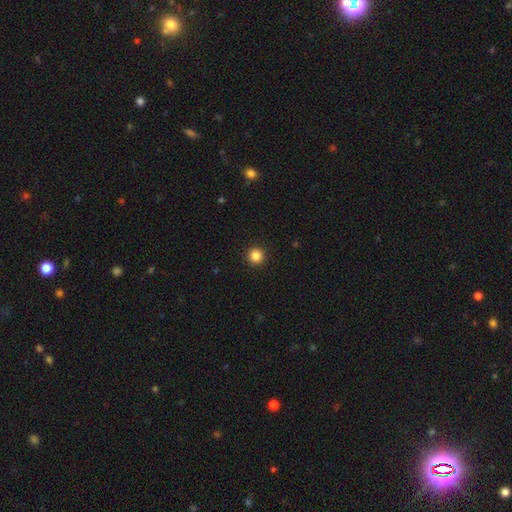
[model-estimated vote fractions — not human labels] Overall: smooth (86%). How rounded: round (96%). Merging: none (93%).